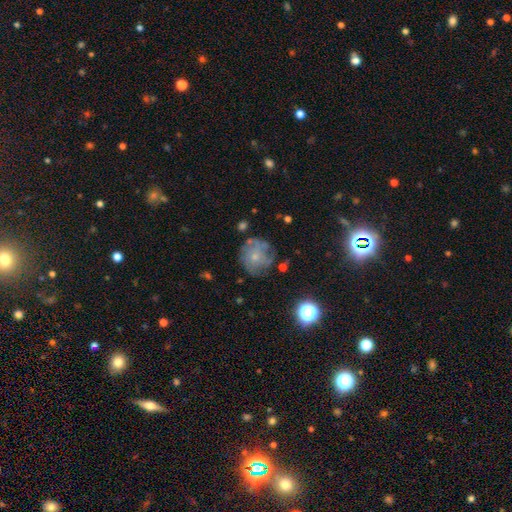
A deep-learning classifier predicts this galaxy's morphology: Smooth or featured: featured or disk — 51% (smooth — 36%)
Edge-on disk: no — 98% (yes — 2%)
Merging: none — 61% (minor disturbance — 21%)